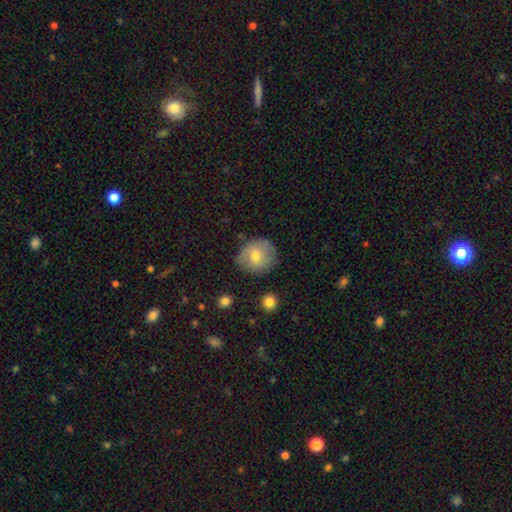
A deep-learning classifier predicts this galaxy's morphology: type=smooth (68%); roundness=round (78%); merging=none (71%).